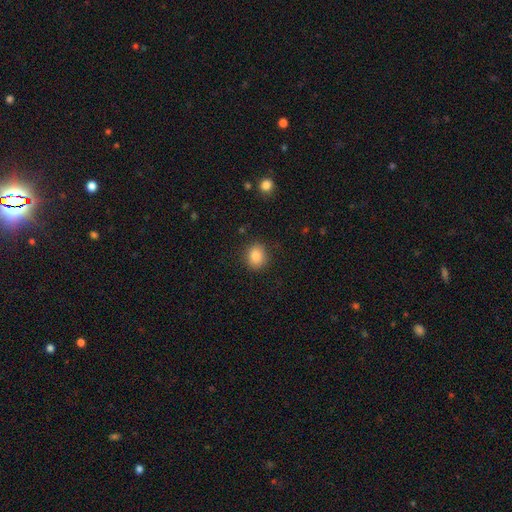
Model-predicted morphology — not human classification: smooth_or_featured: smooth (p=0.85) [alt: star or artifact p=0.09]
how_rounded: round (p=0.65) [alt: in between p=0.34]
merging: none (p=0.86) [alt: minor disturbance p=0.10]